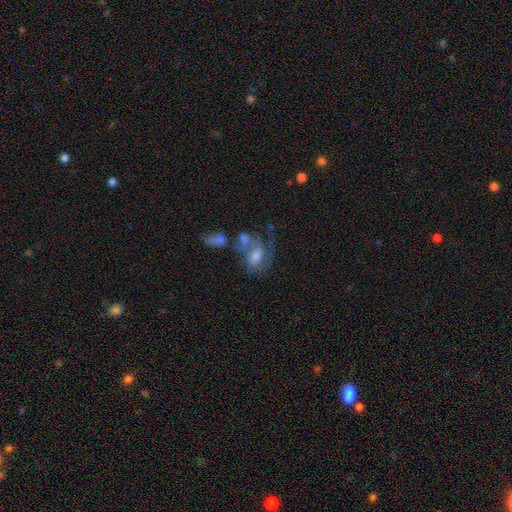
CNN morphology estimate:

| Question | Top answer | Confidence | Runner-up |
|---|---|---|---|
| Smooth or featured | featured or disk | 63% | smooth (26%) |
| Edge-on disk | no | 96% | yes (4%) |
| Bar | no | 57% | weak (35%) |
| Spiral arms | yes | 73% | no (27%) |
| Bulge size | moderate | 58% | small (19%) |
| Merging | merger | 35% | none (29%) |